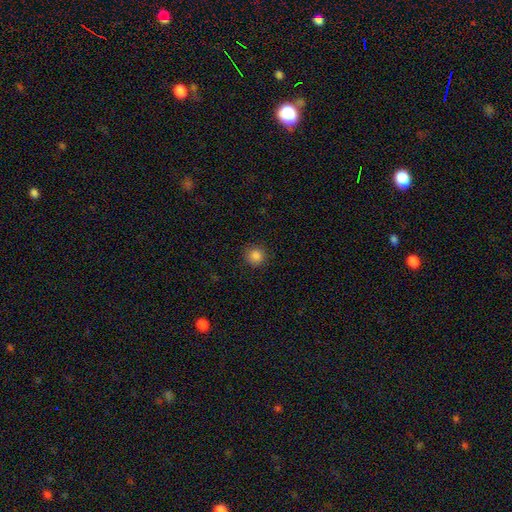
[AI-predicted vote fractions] Q: Smooth or featured?
A: smooth (86%); runner-up: star or artifact (11%)
Q: How rounded?
A: round (93%); runner-up: in between (6%)
Q: Merging?
A: none (88%); runner-up: minor disturbance (8%)